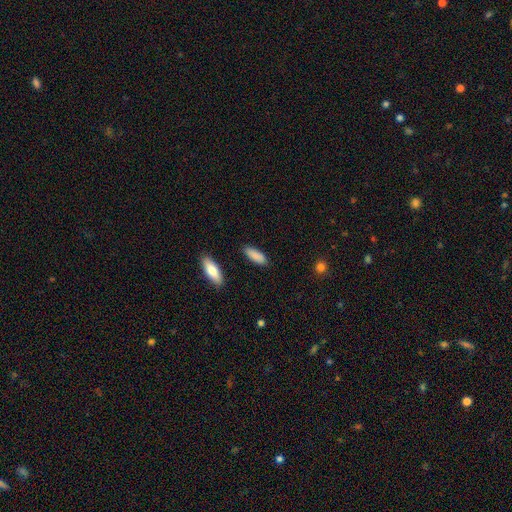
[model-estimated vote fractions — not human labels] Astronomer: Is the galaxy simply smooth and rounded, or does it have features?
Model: smooth — 88%.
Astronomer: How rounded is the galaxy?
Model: in between — 59% (runner-up: cigar-shaped, 39%).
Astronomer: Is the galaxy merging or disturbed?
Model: none — 86%.